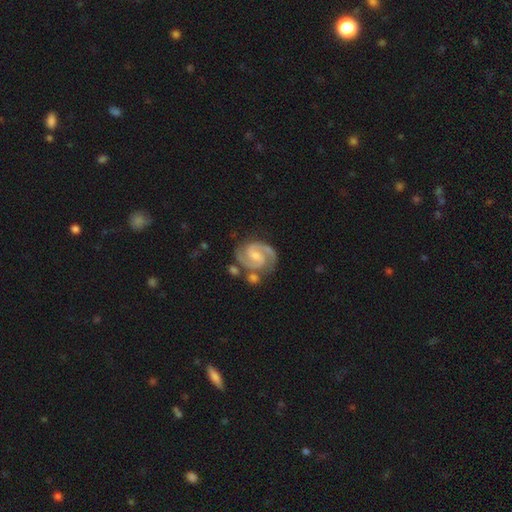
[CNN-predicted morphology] smooth_or_featured: featured or disk (p=0.92) [alt: star or artifact p=0.04]
disk_edge_on: no (p=0.98) [alt: yes p=0.02]
bar: weak (p=0.49) [alt: no p=0.30]
has_spiral_arms: yes (p=0.99) [alt: no p=0.01]
spiral_winding: medium (p=0.49) [alt: tight p=0.46]
spiral_arm_count: 2 (p=0.93) [alt: 3 p=0.03]
bulge_size: small (p=0.48) [alt: moderate p=0.38]
merging: none (p=0.75) [alt: minor disturbance p=0.13]